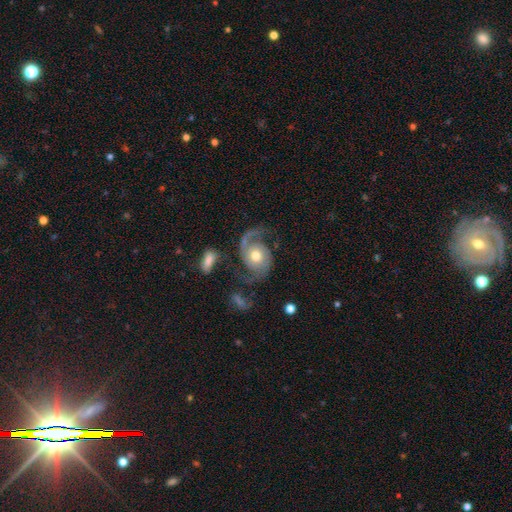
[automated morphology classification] This appears to be a featured or disk galaxy (88%) with no bar (72%), 2 (91%) medium (48%) spiral arms (97%) and a moderate central bulge (74%). Merging: none (64%).